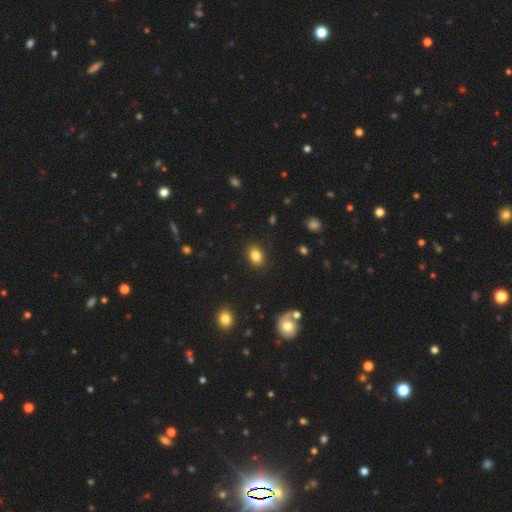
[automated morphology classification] This is clearly a smooth galaxy (83%). How rounded: likely in between (72%). Merging: clearly none (87%).